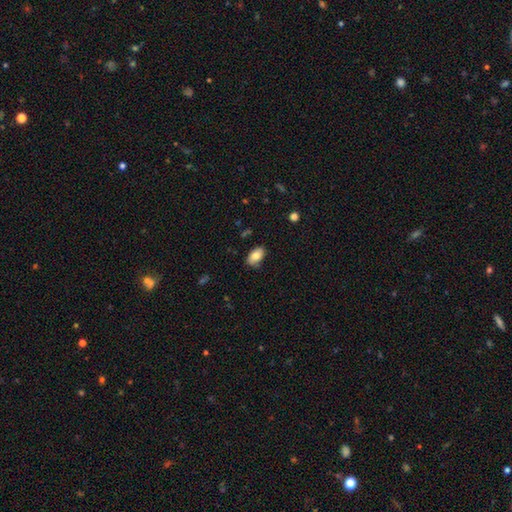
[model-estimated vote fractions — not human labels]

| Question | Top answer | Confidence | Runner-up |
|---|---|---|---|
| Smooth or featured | smooth | 80% | featured or disk (13%) |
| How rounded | in between | 93% | round (5%) |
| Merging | none | 79% | minor disturbance (16%) |